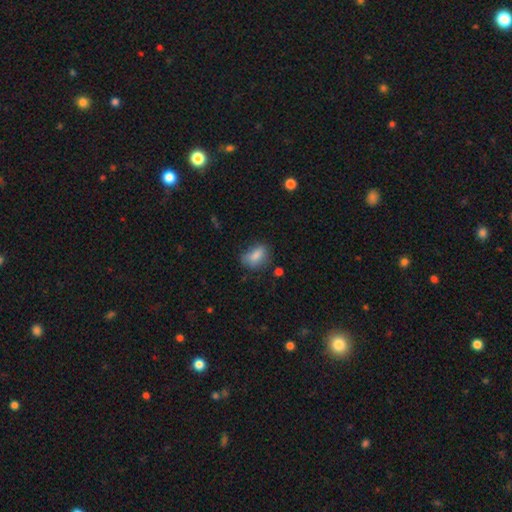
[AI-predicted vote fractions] Smooth or featured? Predicted: smooth (p=0.81). How rounded? Predicted: in between (p=0.79). Merging? Predicted: none (p=0.59).